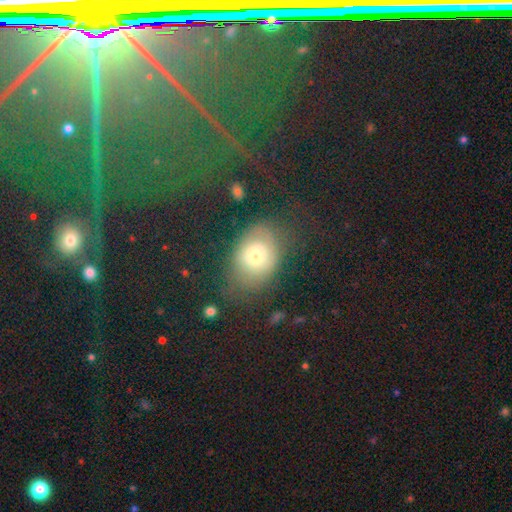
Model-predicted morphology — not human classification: Q: Smooth or featured?
A: smooth (61%); runner-up: featured or disk (21%)
Q: How rounded?
A: in between (67%); runner-up: round (31%)
Q: Merging?
A: none (62%); runner-up: minor disturbance (20%)